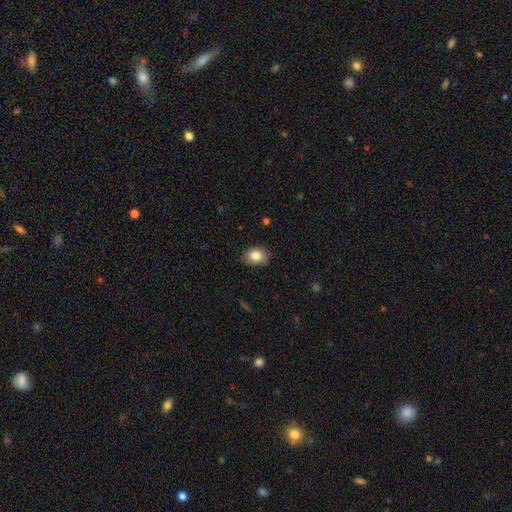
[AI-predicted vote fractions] Q: Smooth or featured?
A: smooth (82%); runner-up: star or artifact (9%)
Q: How rounded?
A: in between (66%); runner-up: round (33%)
Q: Merging?
A: none (82%); runner-up: minor disturbance (14%)